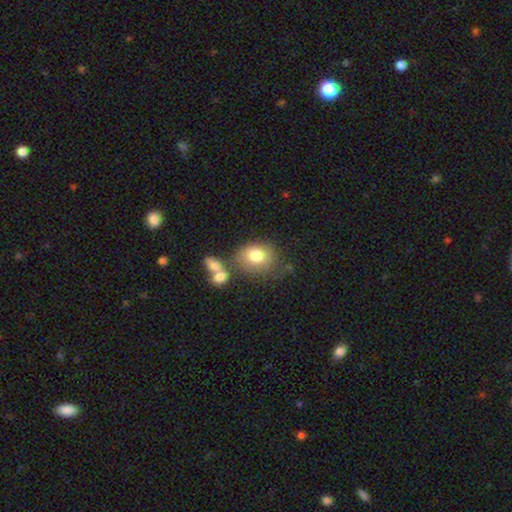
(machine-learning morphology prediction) This appears to be a smooth galaxy with no disk features (78%) that is round (58%). Merging: none (53%).